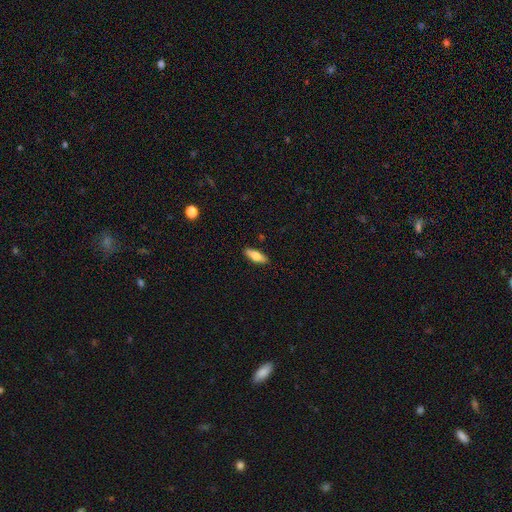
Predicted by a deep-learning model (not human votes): Smooth or featured? smooth (67%)
How rounded? in between (61%)
Merging? none (89%)